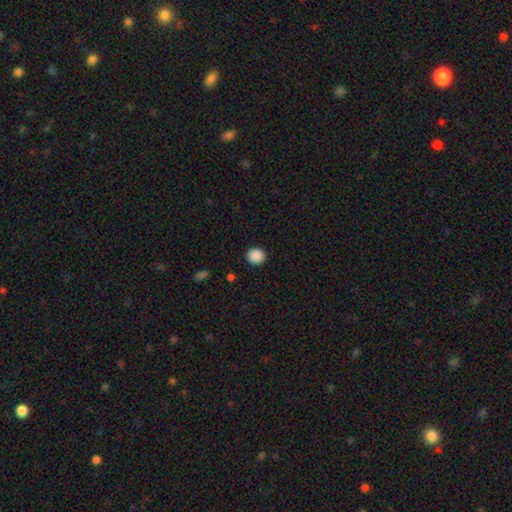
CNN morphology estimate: This appears to be a smooth galaxy with no disk features (89%) that is round (70%). Merging: none (91%).